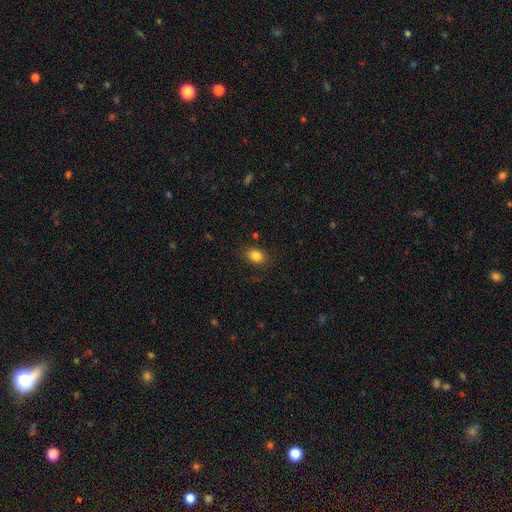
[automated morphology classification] Smooth or featured? smooth (84%)
How rounded? in between (68%)
Merging? none (83%)